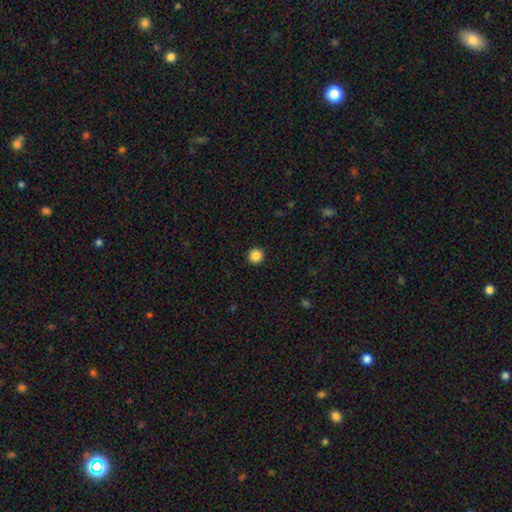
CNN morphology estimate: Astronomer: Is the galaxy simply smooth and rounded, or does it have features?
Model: smooth — 87%.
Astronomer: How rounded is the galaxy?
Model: round — 95%.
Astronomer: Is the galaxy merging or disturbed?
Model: none — 93%.